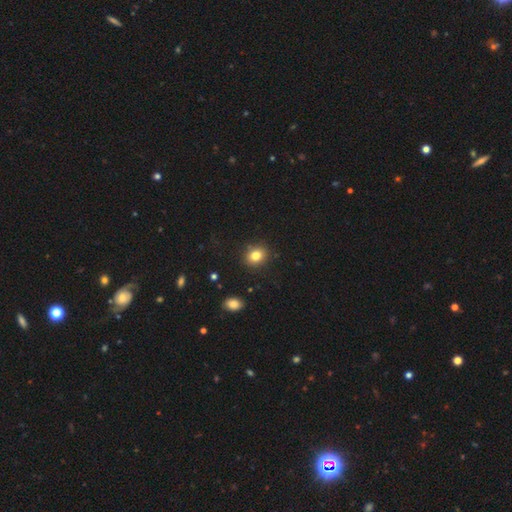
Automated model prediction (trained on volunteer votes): Overall: smooth (82%). How rounded: round (64%; in between 35%). Merging: none (88%).